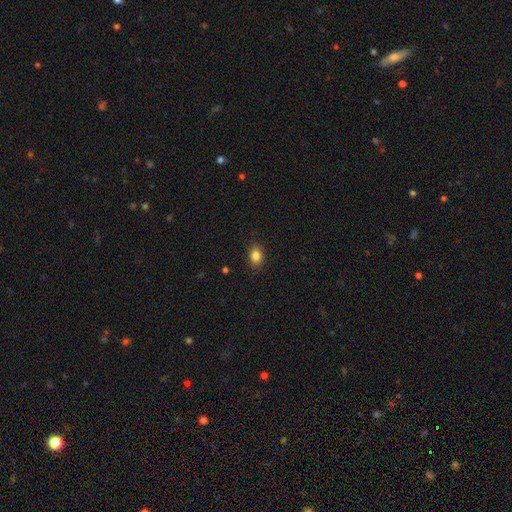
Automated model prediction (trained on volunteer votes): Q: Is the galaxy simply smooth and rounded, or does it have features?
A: smooth — 85%.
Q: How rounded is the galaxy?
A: in between — 74%.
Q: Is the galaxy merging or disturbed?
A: none — 87%.